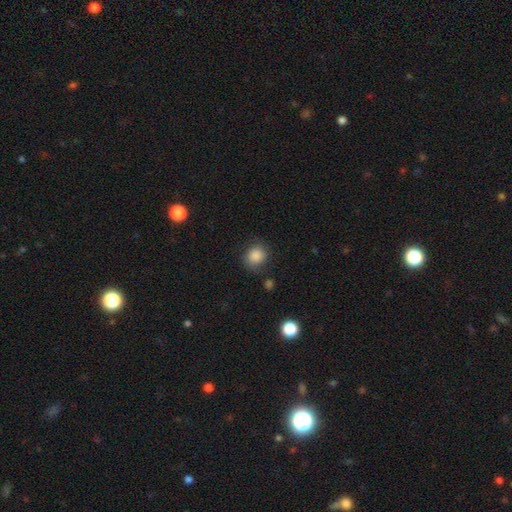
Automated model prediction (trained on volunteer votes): A smooth galaxy with no disk features (86%) that is round (79%).

Vote fractions:
- Smooth or featured? smooth: 86% / star or artifact: 9% / featured or disk: 5%
- How rounded? round: 79% / in between: 20% / cigar-shaped: 1%
- Merging? none: 78% / minor disturbance: 15% / major disturbance: 5% / merger: 2%